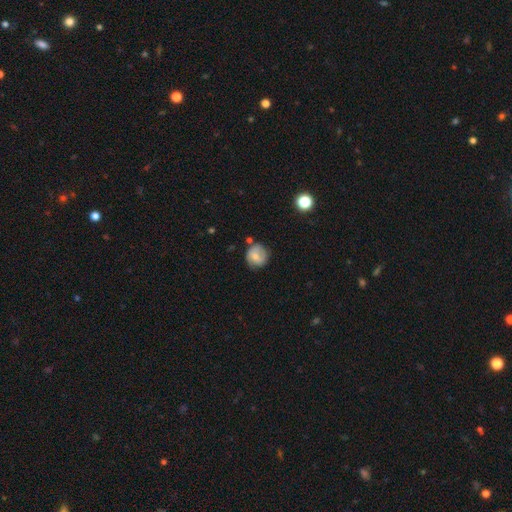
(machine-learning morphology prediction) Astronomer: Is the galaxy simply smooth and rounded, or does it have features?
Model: smooth — 57% (runner-up: featured or disk, 35%).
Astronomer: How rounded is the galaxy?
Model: round — 85%.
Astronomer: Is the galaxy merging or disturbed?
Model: none — 68%.